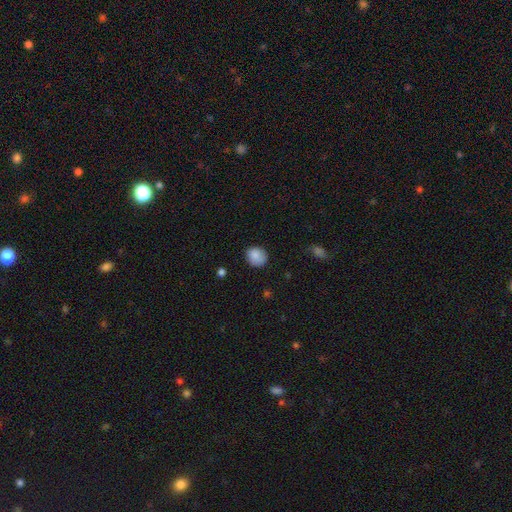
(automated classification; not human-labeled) Smooth or featured?
  - smooth: 87% *
  - star or artifact: 8%
  - featured or disk: 5%
How rounded?
  - round: 73% *
  - in between: 26%
  - cigar-shaped: 1%
Merging?
  - none: 78% *
  - minor disturbance: 17%
  - major disturbance: 3%
  - merger: 1%